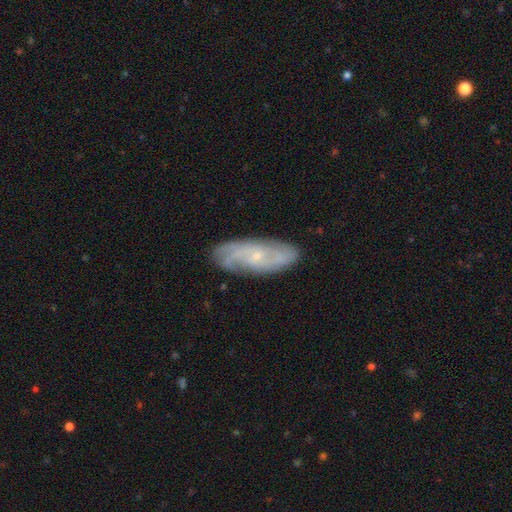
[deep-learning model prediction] Overall: featured or disk (72%). Edge-on disk: no (88%). Bar: no (74%). Spiral arms: yes (91%). Spiral arm count: can't tell (42%; 2 23%). Spiral winding: tight (50%; medium 37%). Bulge size: small (80%). Merging: none (78%).